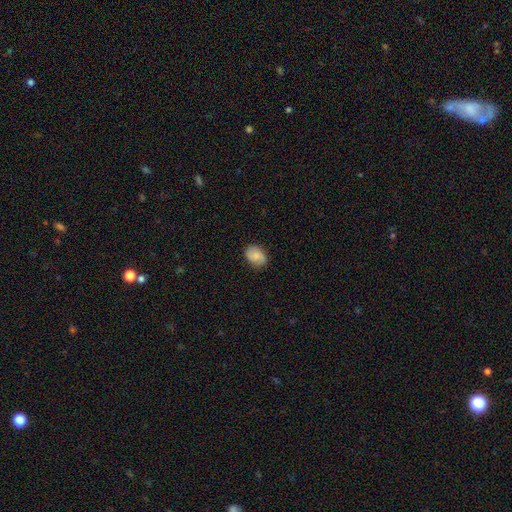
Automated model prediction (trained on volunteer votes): This appears to be a smooth galaxy with no disk features (76%) that is in between round and cigar-shaped (72%). Merging: none (81%).